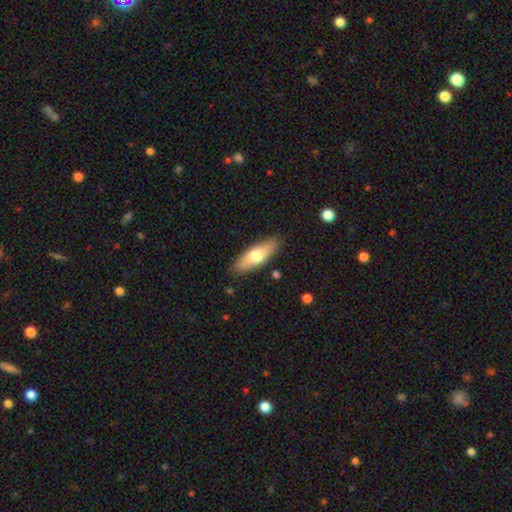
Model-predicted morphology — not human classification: Smooth or featured?
  - smooth: 64% *
  - featured or disk: 30%
  - star or artifact: 6%
How rounded?
  - in between: 56% *
  - cigar-shaped: 41%
  - round: 2%
Merging?
  - none: 87% *
  - minor disturbance: 10%
  - major disturbance: 2%
  - merger: 1%